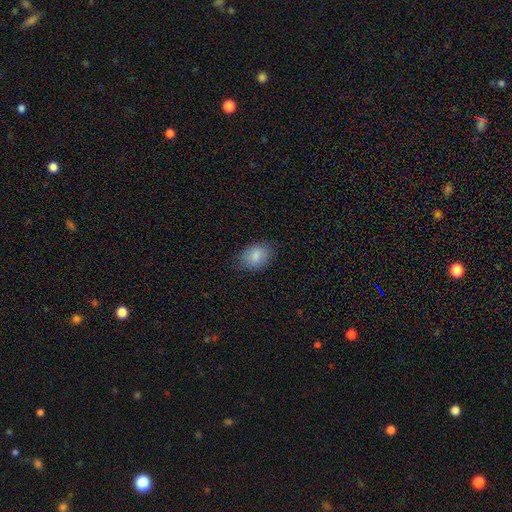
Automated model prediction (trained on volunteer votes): A smooth galaxy with no disk features (84%) that is in between round and cigar-shaped (75%). Merging: none (76%).